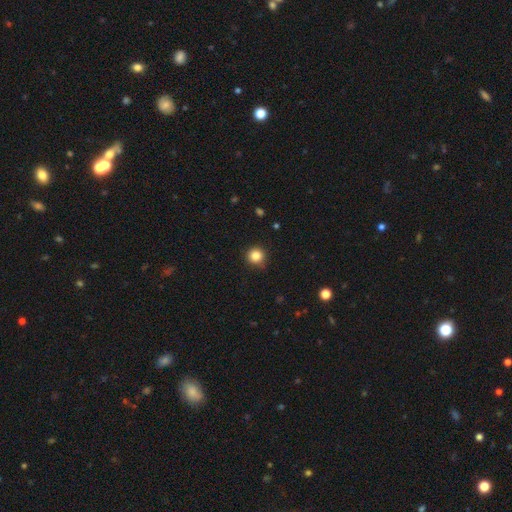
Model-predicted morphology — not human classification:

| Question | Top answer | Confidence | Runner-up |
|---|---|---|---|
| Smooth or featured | smooth | 84% | star or artifact (11%) |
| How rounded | round | 95% | in between (4%) |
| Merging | none | 88% | minor disturbance (9%) |